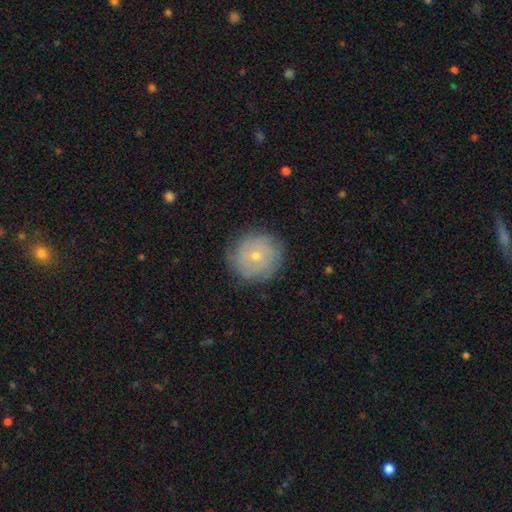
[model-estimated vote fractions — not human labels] Morphology: type=featured or disk (56%); edge-on=no (97%); bar=no (84%); spiral arms=yes (78%); bulge=small (61%); merging=none (82%).